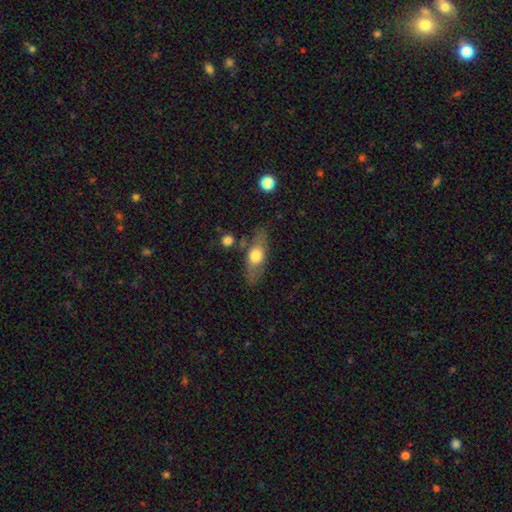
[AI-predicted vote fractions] Q: Smooth or featured?
A: smooth (57%); runner-up: featured or disk (36%)
Q: How rounded?
A: in between (68%); runner-up: cigar-shaped (25%)
Q: Merging?
A: none (76%); runner-up: minor disturbance (15%)